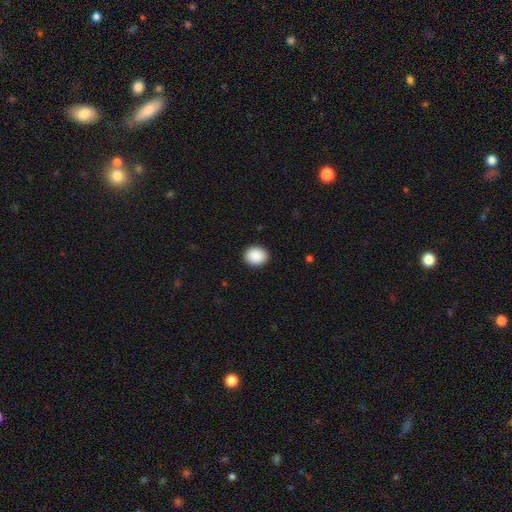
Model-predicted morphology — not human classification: This is clearly a smooth galaxy (90%). How rounded: possibly round (55%). Merging: clearly none (91%).